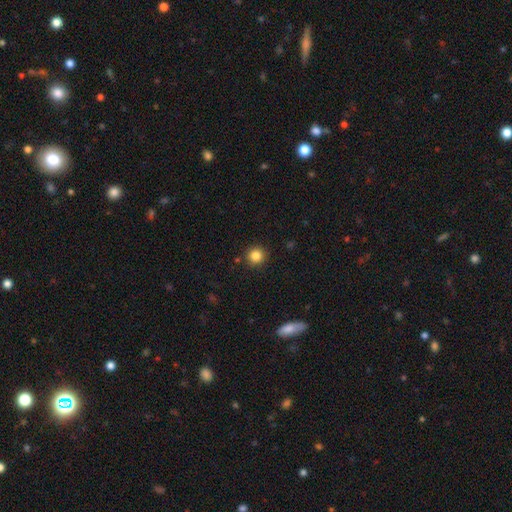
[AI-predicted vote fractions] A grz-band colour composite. It shows a smooth galaxy with no disk features (84%) that is round (94%). Merging: none (90%).